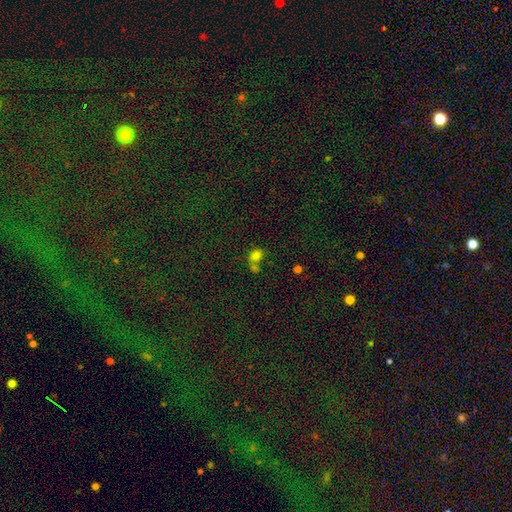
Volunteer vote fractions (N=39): Smooth or featured: smooth — 82% (featured or disk — 10%)
How rounded: in between — 50% (round — 47%)
Merging: merger — 69% (none — 19%)